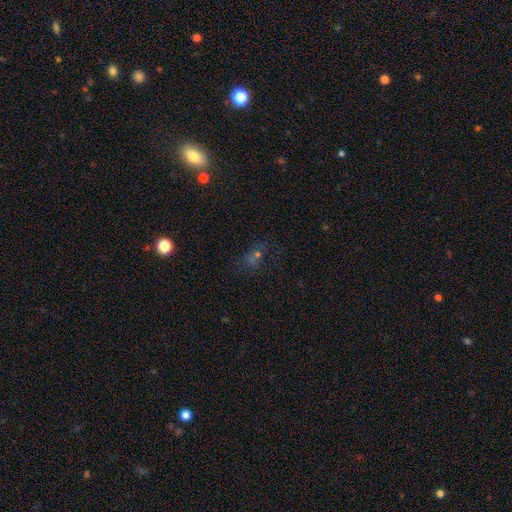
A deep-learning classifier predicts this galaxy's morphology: star or artifact 44%, smooth 38%, featured or disk 18%.